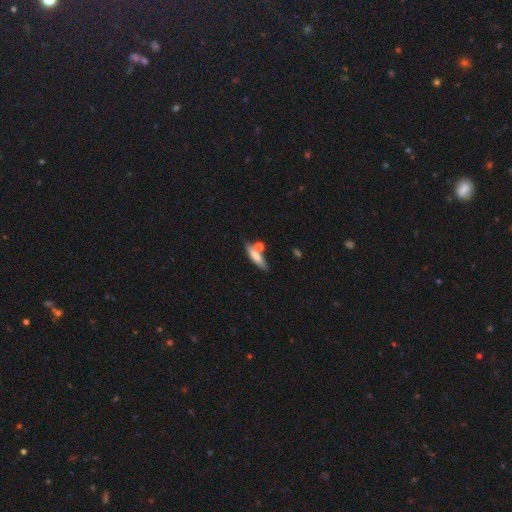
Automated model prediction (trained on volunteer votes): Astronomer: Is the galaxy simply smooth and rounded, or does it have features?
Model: smooth — 69%.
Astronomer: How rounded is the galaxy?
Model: cigar-shaped — 69%.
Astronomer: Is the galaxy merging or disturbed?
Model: none — 65%.